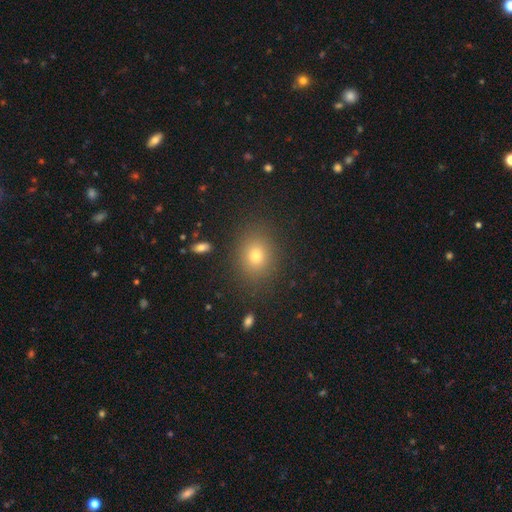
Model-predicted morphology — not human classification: A smooth galaxy with no disk features (75%) that is round (51%). Merging: none (86%).